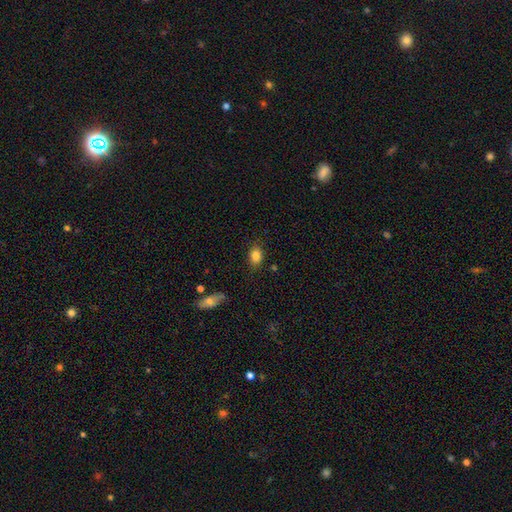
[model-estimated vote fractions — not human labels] smooth 83%, star or artifact 9%, featured or disk 7%. Down the decision tree: how rounded — in between (74%); merging — none (81%).